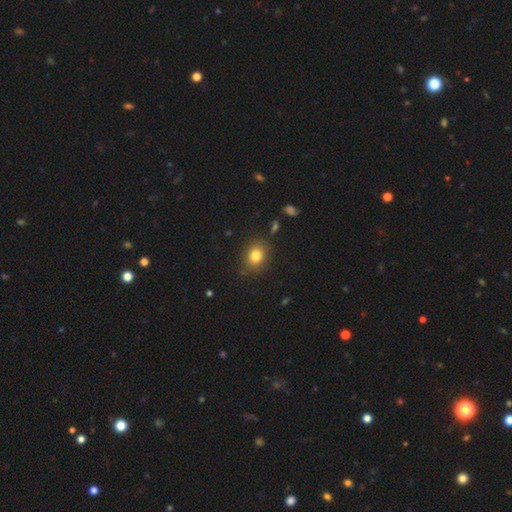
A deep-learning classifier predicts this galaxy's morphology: Overall: smooth (82%). How rounded: round (54%; in between 45%). Merging: none (83%).